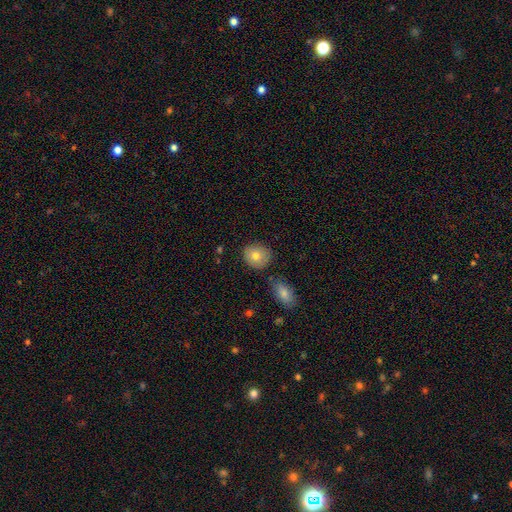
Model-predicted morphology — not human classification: Smooth or featured? Predicted: smooth (p=0.78). How rounded? Predicted: round (p=0.79). Merging? Predicted: none (p=0.80).